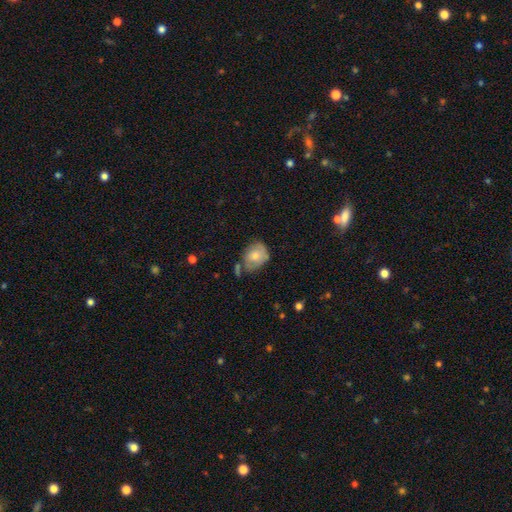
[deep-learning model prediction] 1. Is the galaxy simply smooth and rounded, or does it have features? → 70% smooth, 23% featured or disk, 7% star or artifact.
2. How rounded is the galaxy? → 58% in between, 41% round, 1% cigar-shaped.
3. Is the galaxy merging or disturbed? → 46% none, 33% minor disturbance, 10% merger, 10% major disturbance.